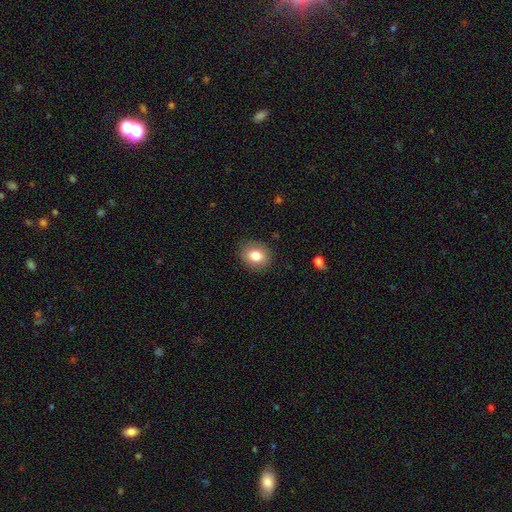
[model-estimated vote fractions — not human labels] A smooth galaxy with no disk features (80%) that is round (59%).

Vote fractions:
- Smooth or featured? smooth: 80% / featured or disk: 11% / star or artifact: 9%
- How rounded? round: 59% / in between: 40% / cigar-shaped: 1%
- Merging? none: 87% / minor disturbance: 9% / major disturbance: 2% / merger: 1%